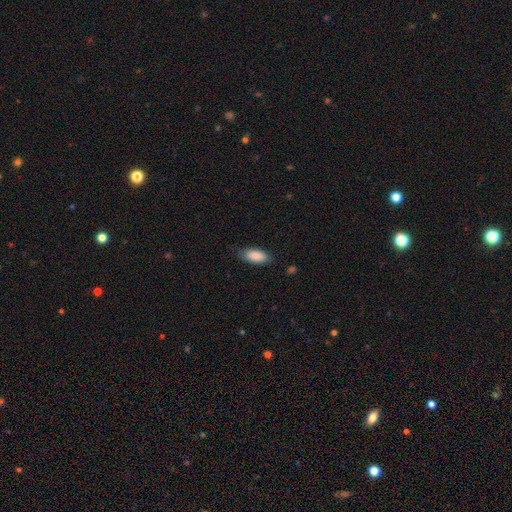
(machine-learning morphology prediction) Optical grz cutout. It shows a smooth galaxy with no disk features (88%) that is in between round and cigar-shaped (86%). Merging: none (78%).